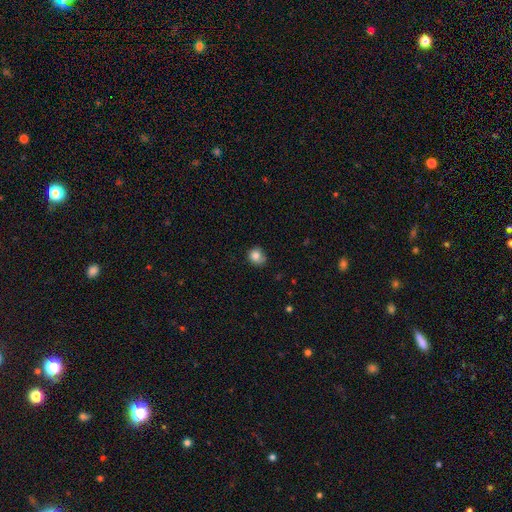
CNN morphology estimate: This is clearly a smooth galaxy (83%). How rounded: likely round (72%). Merging: likely none (61%).